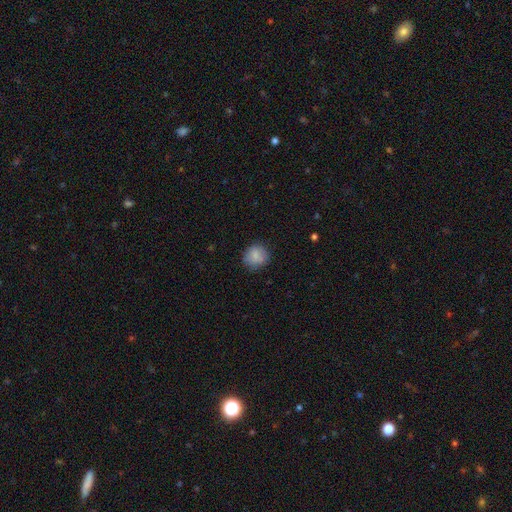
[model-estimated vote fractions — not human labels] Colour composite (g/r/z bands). It shows a smooth galaxy with no disk features (82%) that is round (86%). Merging: none (80%).